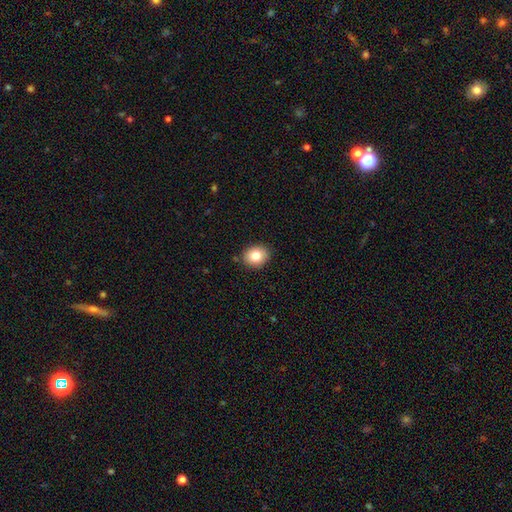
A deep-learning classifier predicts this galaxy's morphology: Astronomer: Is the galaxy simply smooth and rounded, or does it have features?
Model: smooth — 80%.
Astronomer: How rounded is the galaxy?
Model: round — 60% (runner-up: in between, 39%).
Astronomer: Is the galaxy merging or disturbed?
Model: none — 87%.